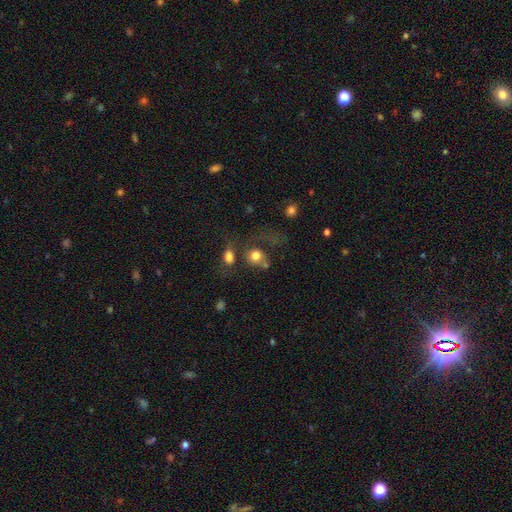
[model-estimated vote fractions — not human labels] Morphology: type=smooth (77%); roundness=round (71%); merging=none (37%).